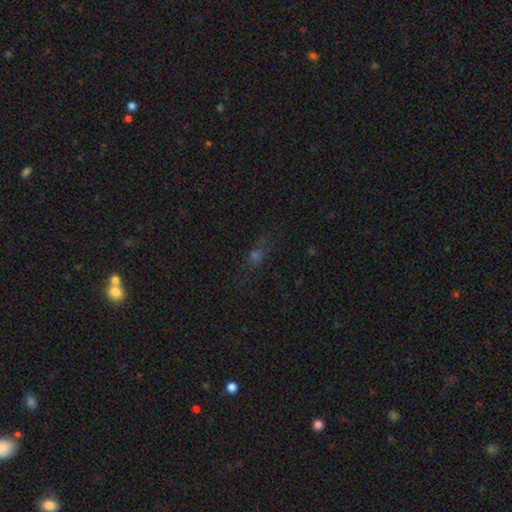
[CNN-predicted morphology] Smooth or featured? smooth (43%)
Merging? none (71%)